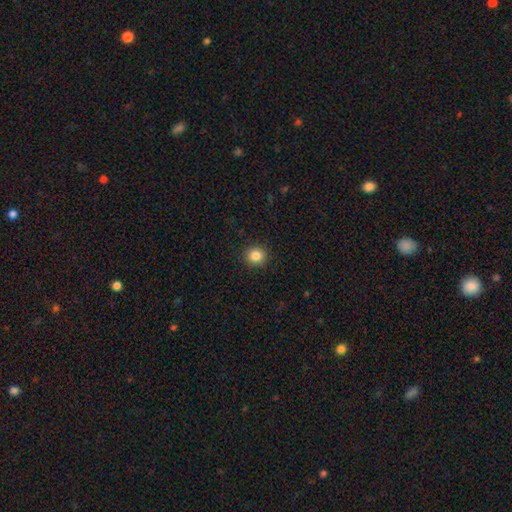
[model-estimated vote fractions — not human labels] This is clearly a smooth galaxy (84%). How rounded: clearly round (90%). Merging: clearly none (92%).